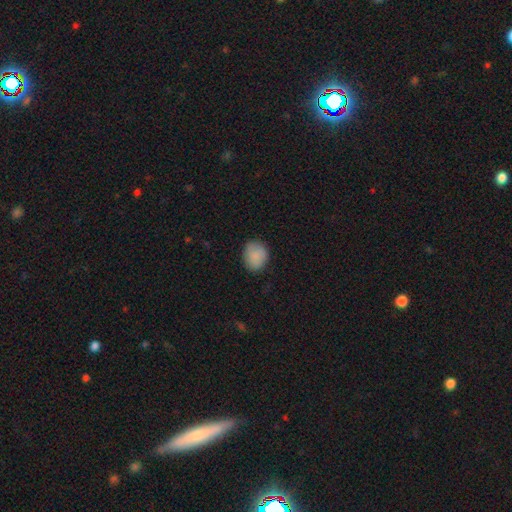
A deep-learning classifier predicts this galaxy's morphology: This is clearly a smooth galaxy (87%). How rounded: likely round (63%). Merging: clearly none (82%).